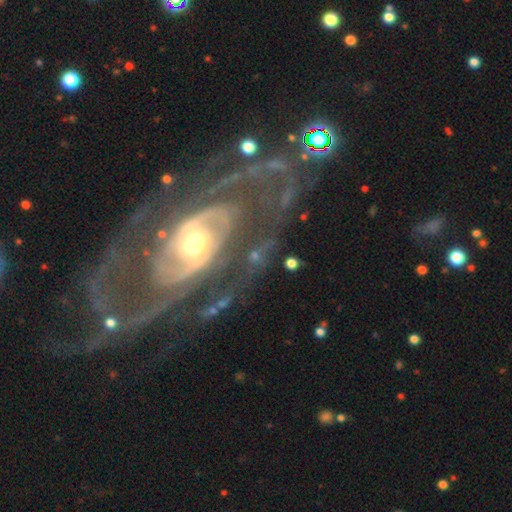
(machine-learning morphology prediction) featured or disk 85%, smooth 8%, star or artifact 7%. Down the decision tree: edge-on disk — no (94%); bar — no (43%); spiral arms — yes (91%); spiral arm count — 2 (46%); spiral winding — tight (46%); bulge size — moderate (60%); merging — none (64%).